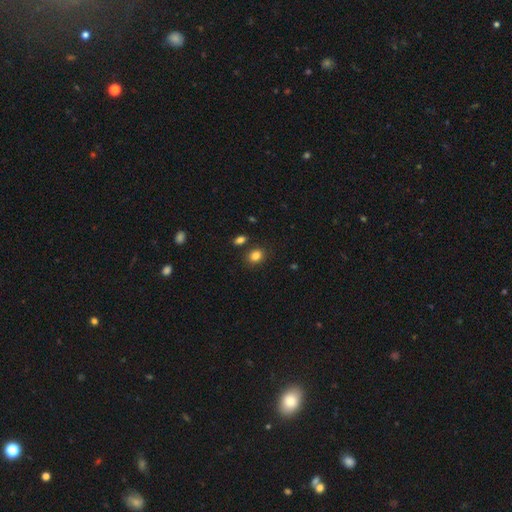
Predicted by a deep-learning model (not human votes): Smooth or featured? smooth (84%)
How rounded? round (56%)
Merging? none (83%)